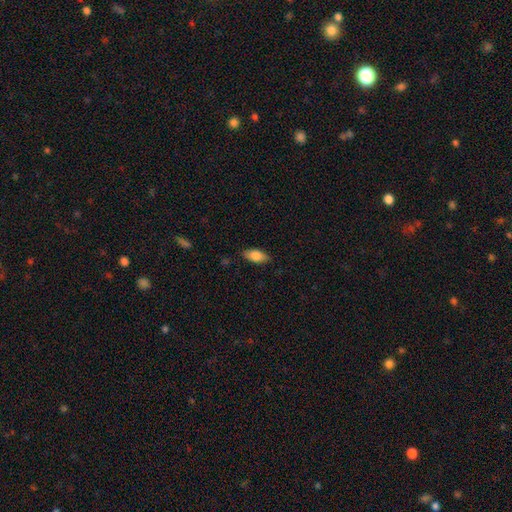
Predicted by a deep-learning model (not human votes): A smooth galaxy with no disk features (82%) that is in between round and cigar-shaped (87%).

Vote fractions:
- Smooth or featured? smooth: 82% / featured or disk: 11% / star or artifact: 7%
- How rounded? in between: 87% / cigar-shaped: 10% / round: 3%
- Merging? none: 84% / minor disturbance: 12% / major disturbance: 3% / merger: 1%